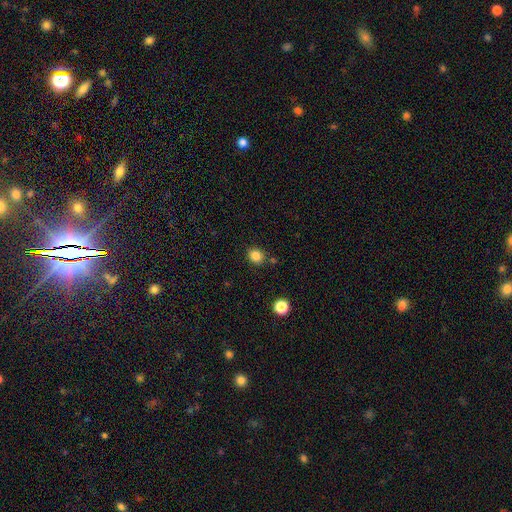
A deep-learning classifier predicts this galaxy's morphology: type=smooth (84%); roundness=round (76%); merging=none (83%).